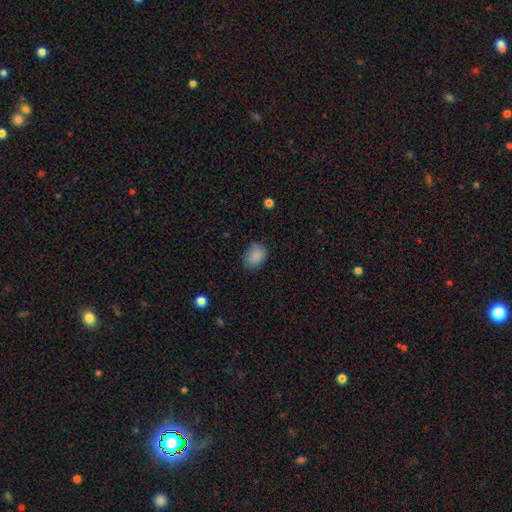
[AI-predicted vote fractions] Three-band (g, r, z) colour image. It shows a smooth galaxy with no disk features (86%) that is in between round and cigar-shaped (76%). Merging: none (68%).